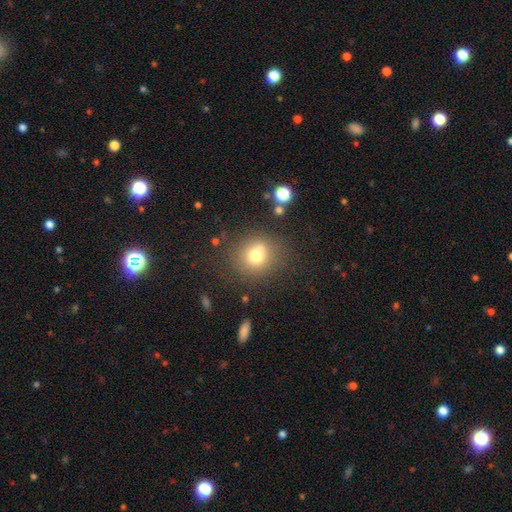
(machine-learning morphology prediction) Smooth or featured? Predicted: smooth (p=0.70). How rounded? Predicted: round (p=0.80). Merging? Predicted: none (p=0.71).